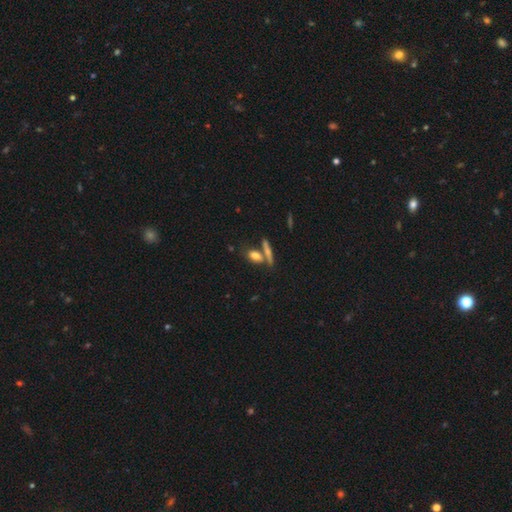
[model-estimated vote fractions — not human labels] Q: Smooth or featured?
A: smooth (74%); runner-up: featured or disk (16%)
Q: How rounded?
A: in between (69%); runner-up: cigar-shaped (20%)
Q: Merging?
A: none (54%); runner-up: merger (31%)